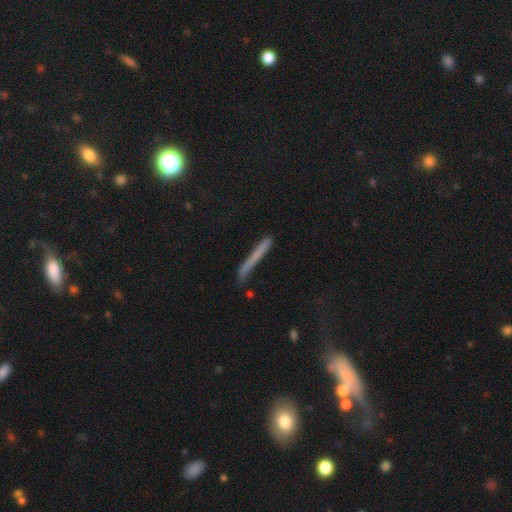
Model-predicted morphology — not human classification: Overall: smooth (60%; featured or disk 29%). How rounded: cigar-shaped (95%). Merging: none (77%).